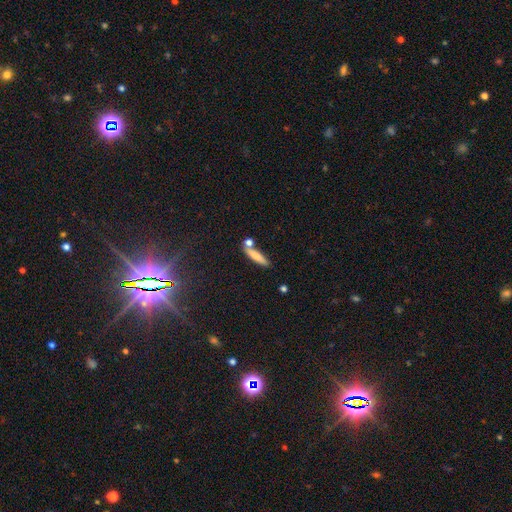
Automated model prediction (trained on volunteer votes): Overall: smooth (70%). How rounded: cigar-shaped (81%). Merging: none (69%).